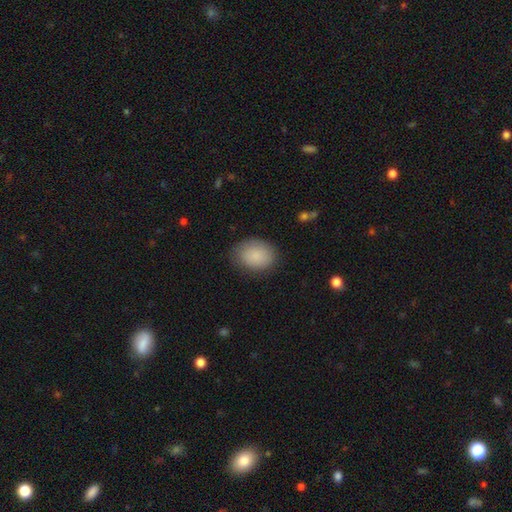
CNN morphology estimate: Smooth or featured? Predicted: smooth (p=0.88). How rounded? Predicted: in between (p=0.69). Merging? Predicted: none (p=0.81).